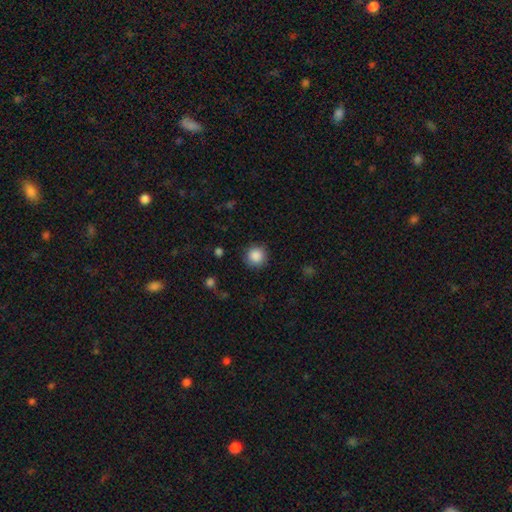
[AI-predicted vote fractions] The model was most divided on "smooth or featured": smooth: 88%, star or artifact: 9%, featured or disk: 3%. More confident: how rounded — round (95%); merging — none (88%).